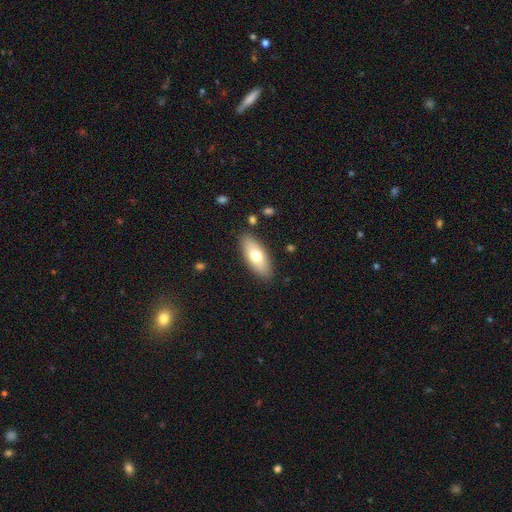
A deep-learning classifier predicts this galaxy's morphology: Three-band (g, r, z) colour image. It shows a smooth galaxy with no disk features (69%) that is in between round and cigar-shaped (80%). Merging: none (87%).